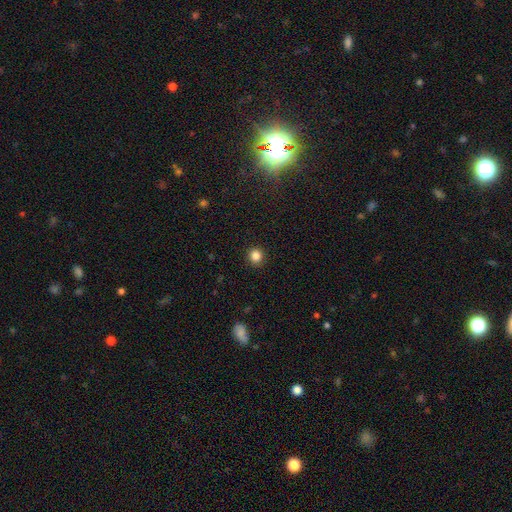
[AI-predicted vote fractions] This appears to be a smooth galaxy with no disk features (85%) that is round (92%). Merging: none (92%).